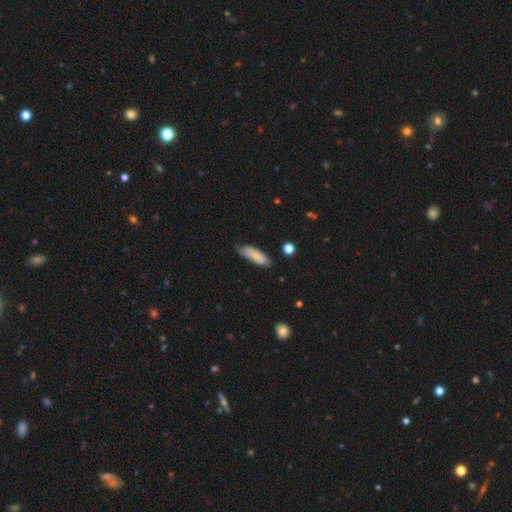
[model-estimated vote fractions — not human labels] Morphology: type=smooth (82%); roundness=in between (51%); merging=none (64%).